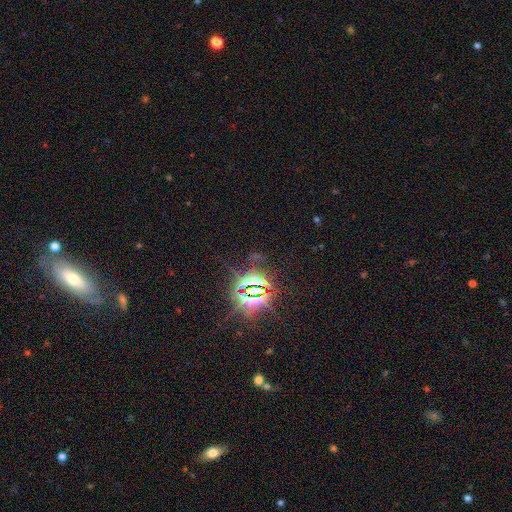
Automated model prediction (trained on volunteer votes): This is clearly a star or artifact rather than a galaxy (85%).